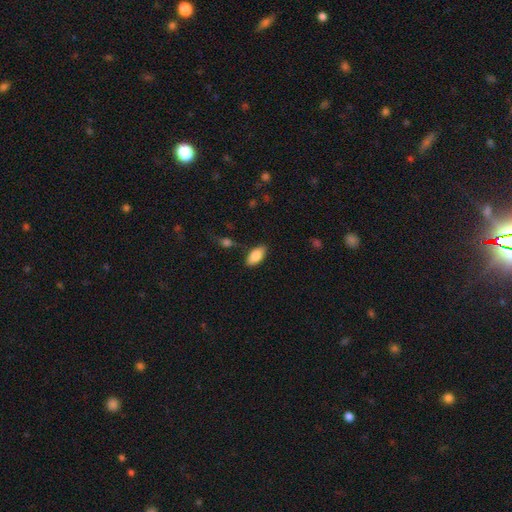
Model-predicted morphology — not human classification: This is clearly a smooth galaxy (83%). How rounded: clearly in between (91%). Merging: clearly none (81%).